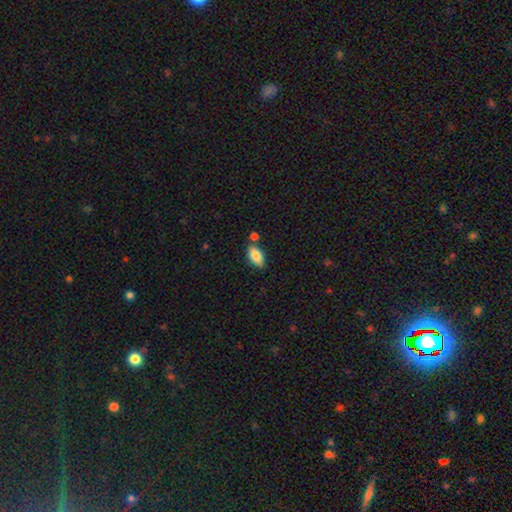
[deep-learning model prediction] Smooth or featured: smooth — 82% (featured or disk — 11%)
How rounded: in between — 90% (cigar-shaped — 6%)
Merging: none — 70% (minor disturbance — 14%)